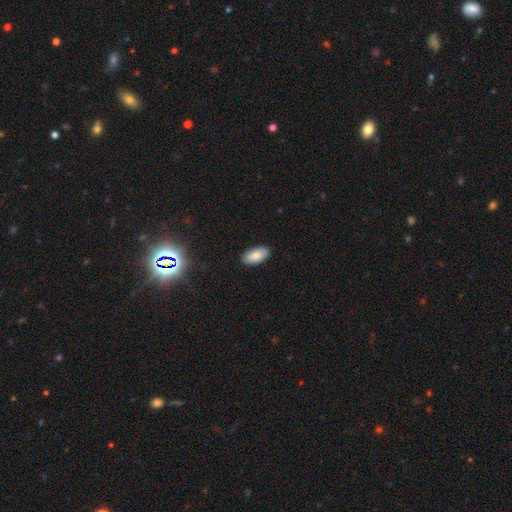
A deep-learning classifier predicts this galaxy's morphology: Smooth or featured: smooth — 84% (featured or disk — 9%)
How rounded: in between — 93% (cigar-shaped — 5%)
Merging: none — 88% (minor disturbance — 9%)